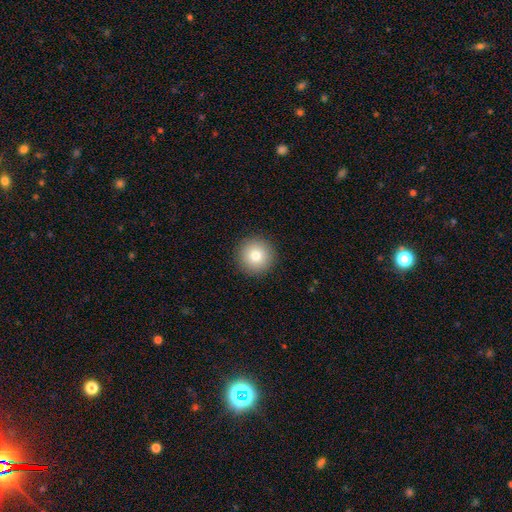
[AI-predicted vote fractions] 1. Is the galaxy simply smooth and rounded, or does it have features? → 79% smooth, 11% star or artifact, 10% featured or disk.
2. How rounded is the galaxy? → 96% round, 3% in between, 1% cigar-shaped.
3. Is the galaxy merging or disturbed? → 92% none, 5% minor disturbance, 2% major disturbance, 1% merger.